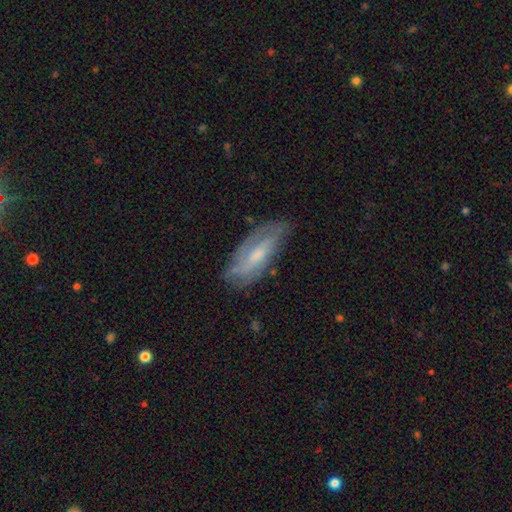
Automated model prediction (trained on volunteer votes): featured or disk 59%, smooth 34%, star or artifact 7%. Down the decision tree: edge-on disk — no (83%); merging — none (67%).